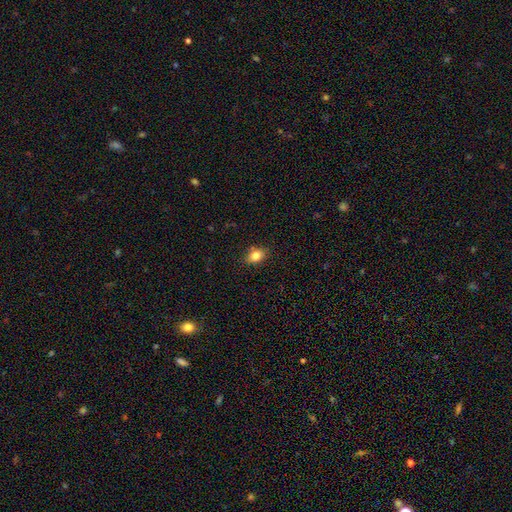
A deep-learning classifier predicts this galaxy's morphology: smooth-or-featured: smooth: 80% | star or artifact: 10% | featured or disk: 10%
  how-rounded: in between: 72% | round: 25% | cigar-shaped: 2%
  merging: none: 84% | minor disturbance: 12% | major disturbance: 2% | merger: 2%